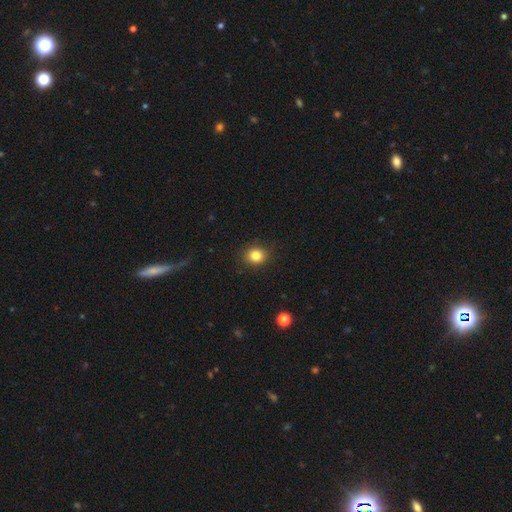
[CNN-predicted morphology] Smooth or featured?
  - smooth: 83% *
  - star or artifact: 11%
  - featured or disk: 5%
How rounded?
  - round: 75% *
  - in between: 24%
  - cigar-shaped: 1%
Merging?
  - none: 88% *
  - minor disturbance: 9%
  - major disturbance: 2%
  - merger: 1%